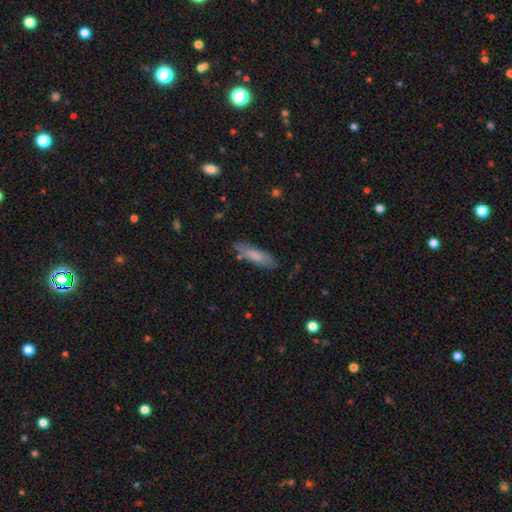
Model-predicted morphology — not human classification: Smooth or featured? Predicted: smooth (p=0.77). How rounded? Predicted: cigar-shaped (p=0.58). Merging? Predicted: none (p=0.76).